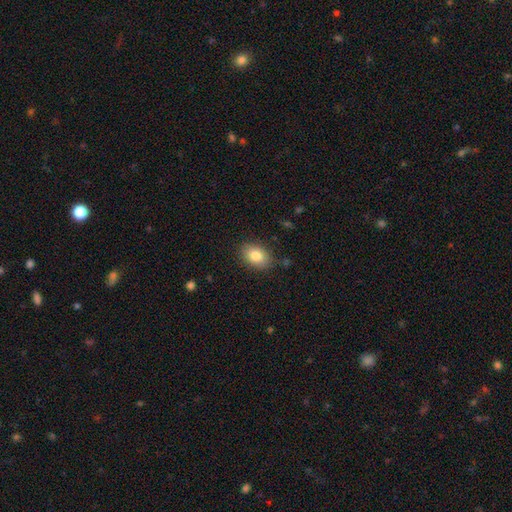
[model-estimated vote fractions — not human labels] Smooth or featured?
  - smooth: 83% *
  - featured or disk: 10%
  - star or artifact: 8%
How rounded?
  - in between: 79% *
  - round: 20%
  - cigar-shaped: 1%
Merging?
  - none: 84% *
  - minor disturbance: 11%
  - major disturbance: 3%
  - merger: 2%